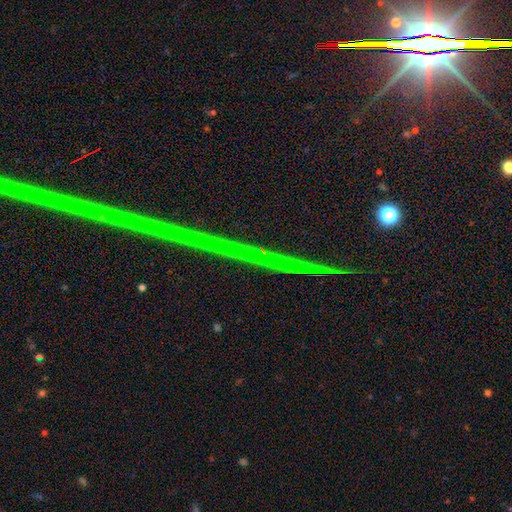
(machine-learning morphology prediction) This is clearly a star or artifact rather than a galaxy (84%).